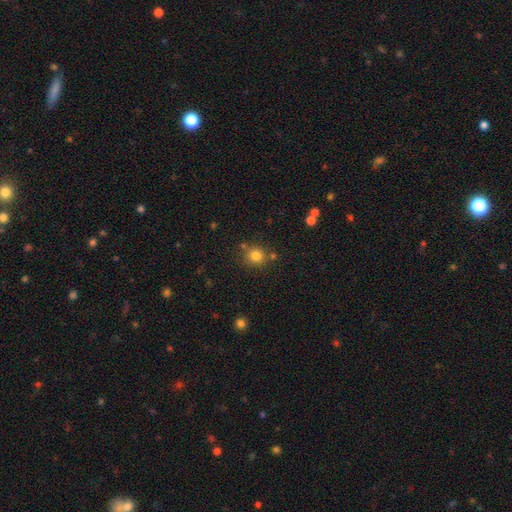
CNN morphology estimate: Smooth or featured: smooth — 81% (star or artifact — 13%)
How rounded: round — 89% (in between — 10%)
Merging: none — 79% (minor disturbance — 10%)